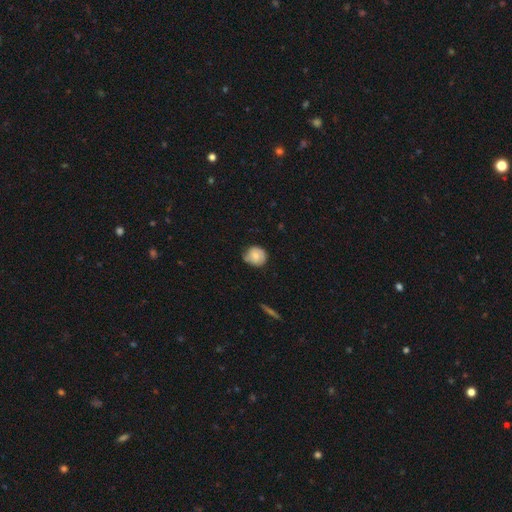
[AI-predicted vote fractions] Smooth or featured?
  - smooth: 64% *
  - featured or disk: 29%
  - star or artifact: 7%
How rounded?
  - round: 80% *
  - in between: 19%
  - cigar-shaped: 1%
Merging?
  - none: 63% *
  - minor disturbance: 31%
  - major disturbance: 5%
  - merger: 2%